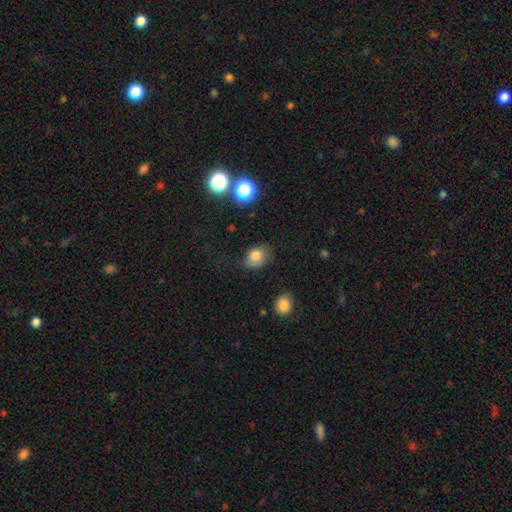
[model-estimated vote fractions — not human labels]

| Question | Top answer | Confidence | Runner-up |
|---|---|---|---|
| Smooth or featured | smooth | 79% | star or artifact (12%) |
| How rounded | in between | 56% | round (43%) |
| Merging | none | 64% | minor disturbance (26%) |